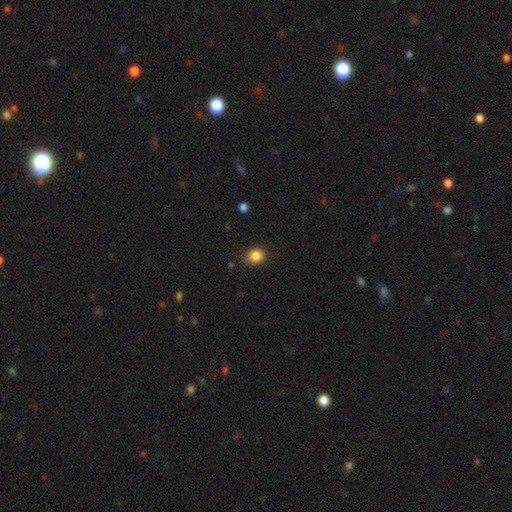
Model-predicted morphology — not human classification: A smooth galaxy with no disk features (85%) that is round (67%). Merging: none (77%).